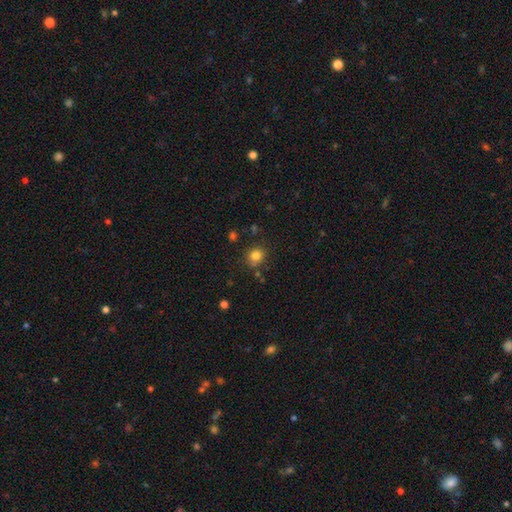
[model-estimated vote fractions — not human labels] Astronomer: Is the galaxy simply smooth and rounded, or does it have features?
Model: smooth — 81%.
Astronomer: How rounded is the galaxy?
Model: round — 82%.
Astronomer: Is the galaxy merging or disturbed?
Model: none — 79%.